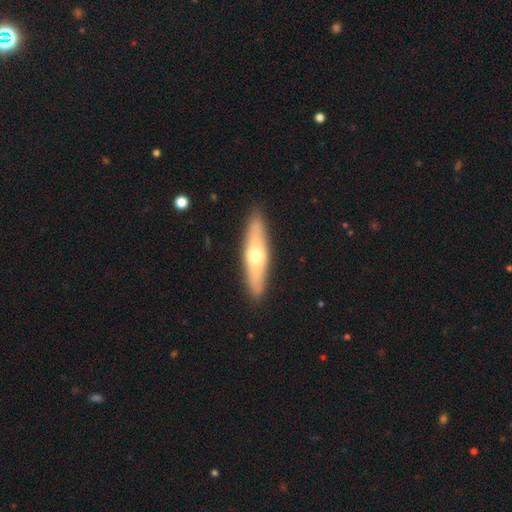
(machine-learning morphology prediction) Smooth or featured? smooth (50%)
How rounded? cigar-shaped (73%)
Merging? none (90%)